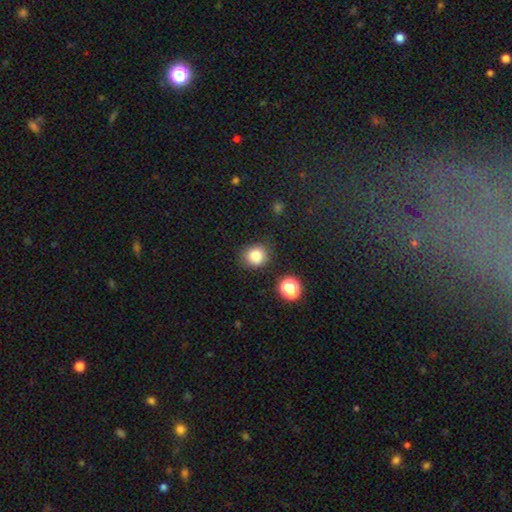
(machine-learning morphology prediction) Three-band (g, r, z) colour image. It shows a smooth galaxy with no disk features (82%) that is round (79%). Merging: none (83%).